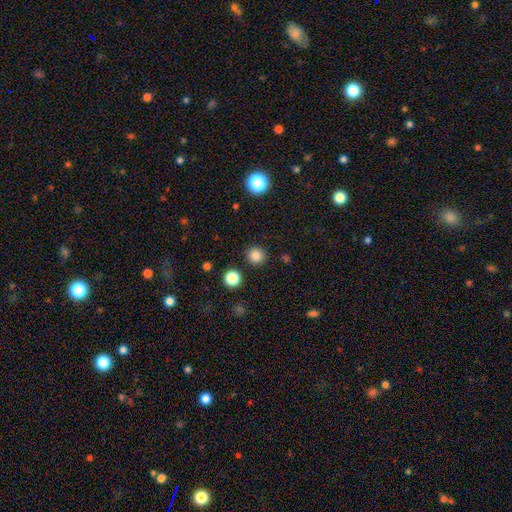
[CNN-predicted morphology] Q: Smooth or featured?
A: smooth (84%); runner-up: star or artifact (13%)
Q: How rounded?
A: round (94%); runner-up: in between (5%)
Q: Merging?
A: none (91%); runner-up: minor disturbance (5%)